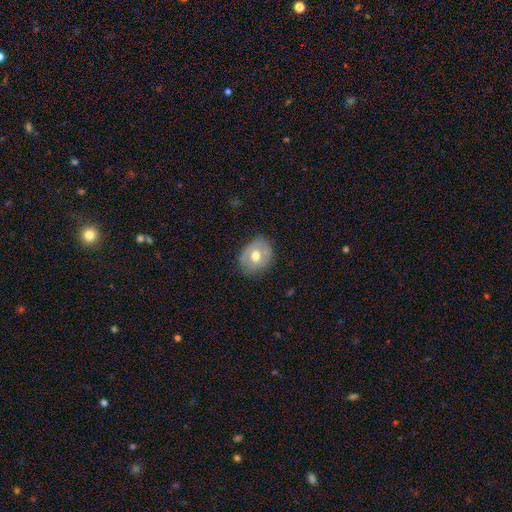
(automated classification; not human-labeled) Q: Smooth or featured?
A: smooth (51%); runner-up: featured or disk (42%)
Q: How rounded?
A: round (54%); runner-up: in between (45%)
Q: Merging?
A: none (73%); runner-up: minor disturbance (21%)